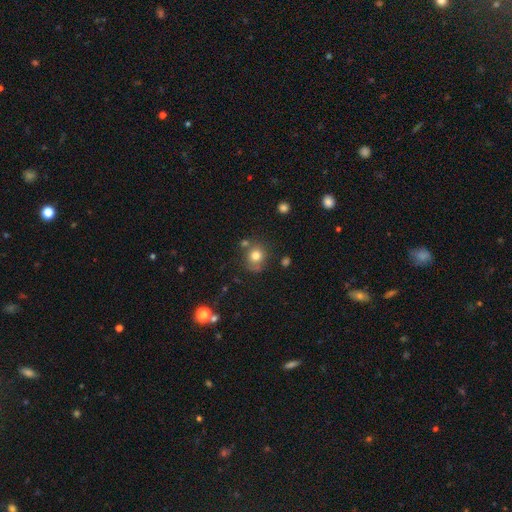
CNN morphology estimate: smooth 78%, star or artifact 12%, featured or disk 10%. Down the decision tree: how rounded — round (84%); merging — none (69%).